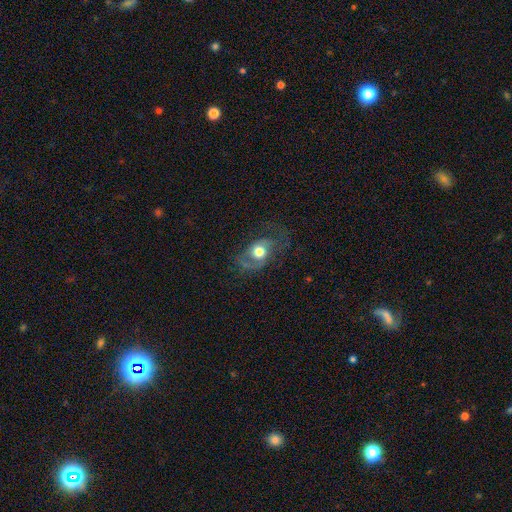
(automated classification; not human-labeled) A featured or disk galaxy (61%) with no bar (77%), spiral arms (61%) and a moderate central bulge (58%).

Vote fractions:
- Smooth or featured? featured or disk: 61% / smooth: 27% / star or artifact: 11%
- Edge-on disk? no: 92% / yes: 8%
- Bar? no: 77% / weak: 17% / strong: 6%
- Spiral arms? yes: 61% / no: 39%
- Bulge size? moderate: 58% / large: 32% / small: 5% / dominant: 4% / none: 1%
- Merging? none: 62% / minor disturbance: 19% / major disturbance: 18% / merger: 2%